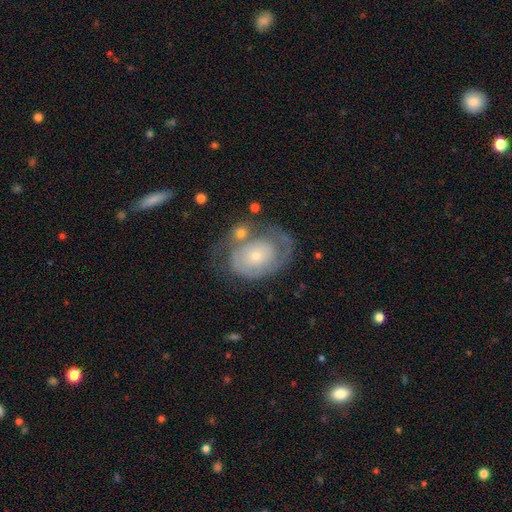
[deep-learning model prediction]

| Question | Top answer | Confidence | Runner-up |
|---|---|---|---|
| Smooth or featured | featured or disk | 66% | smooth (27%) |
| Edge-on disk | no | 96% | yes (4%) |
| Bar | no | 85% | weak (12%) |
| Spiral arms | yes | 68% | no (32%) |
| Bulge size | small | 69% | moderate (26%) |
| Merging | none | 46% | minor disturbance (23%) |